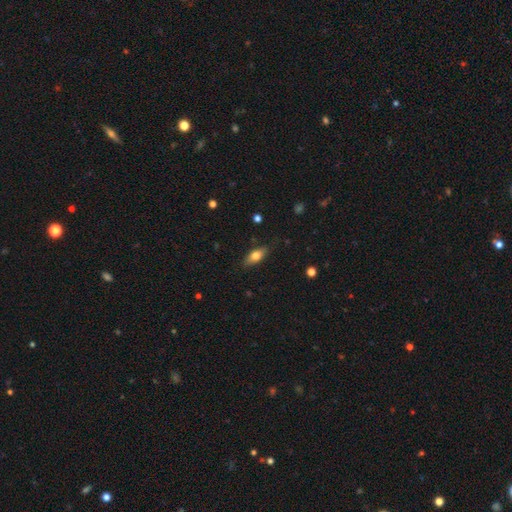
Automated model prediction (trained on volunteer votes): smooth_or_featured: smooth (p=0.70) [alt: featured or disk p=0.23]
how_rounded: in between (p=0.77) [alt: cigar-shaped p=0.19]
merging: none (p=0.81) [alt: minor disturbance p=0.15]